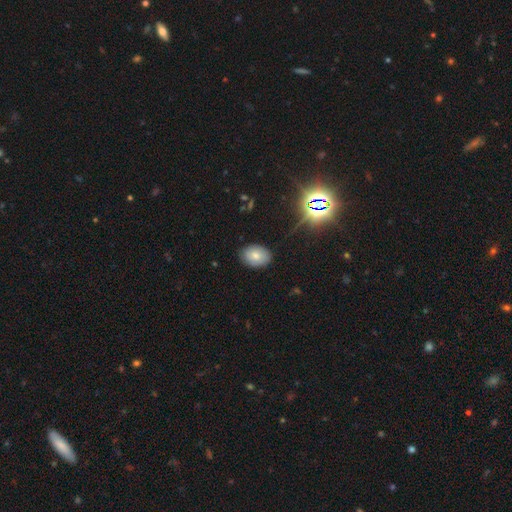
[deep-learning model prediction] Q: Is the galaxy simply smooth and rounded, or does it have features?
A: smooth — 73%.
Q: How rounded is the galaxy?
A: in between — 76%.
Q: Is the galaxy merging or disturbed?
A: none — 83%.